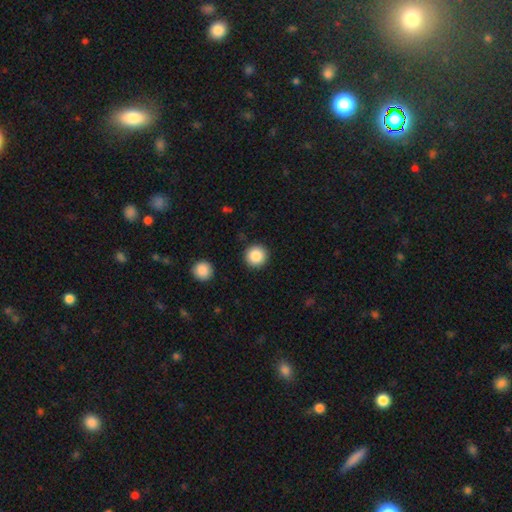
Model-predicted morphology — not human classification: Smooth or featured?
  - smooth: 86% *
  - star or artifact: 9%
  - featured or disk: 5%
How rounded?
  - round: 96% *
  - in between: 3%
  - cigar-shaped: 1%
Merging?
  - none: 91% *
  - minor disturbance: 6%
  - major disturbance: 2%
  - merger: 2%